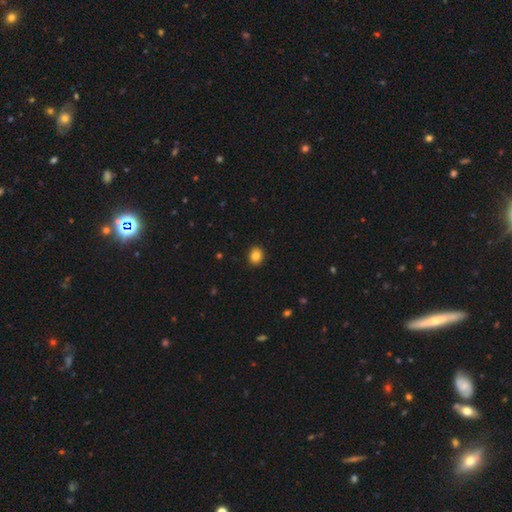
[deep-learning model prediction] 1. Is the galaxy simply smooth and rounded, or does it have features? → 85% smooth, 10% star or artifact, 5% featured or disk.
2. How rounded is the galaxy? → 64% round, 35% in between, 1% cigar-shaped.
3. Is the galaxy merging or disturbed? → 91% none, 7% minor disturbance, 2% major disturbance, 1% merger.